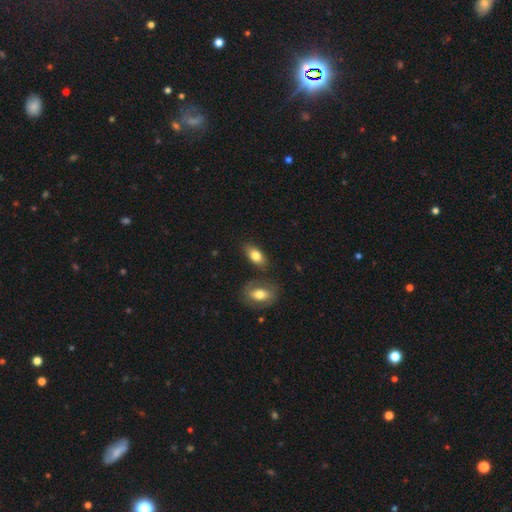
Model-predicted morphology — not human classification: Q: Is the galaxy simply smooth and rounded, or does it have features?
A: smooth — 77%.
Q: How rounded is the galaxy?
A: in between — 88%.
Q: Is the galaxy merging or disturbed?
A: none — 72%.